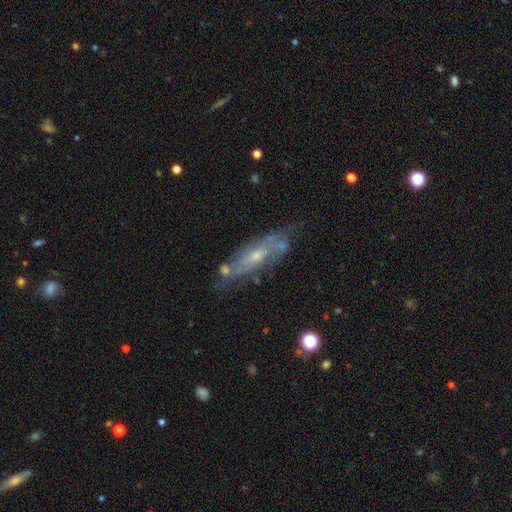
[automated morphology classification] featured or disk 74%, smooth 18%, star or artifact 8%. Down the decision tree: edge-on disk — no (73%); bar — no (61%); spiral arms — yes (80%); bulge size — small (54%); merging — none (62%).